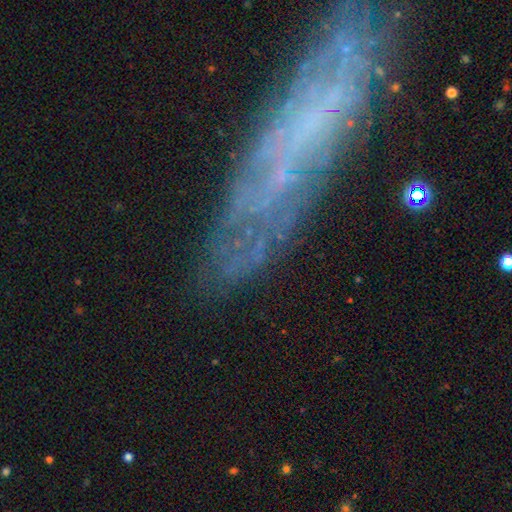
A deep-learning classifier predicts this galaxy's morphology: smooth-or-featured: featured or disk: 56% | smooth: 27% | star or artifact: 17%
  disk-edge-on: no: 54% | yes: 46%
  merging: none: 77% | minor disturbance: 15% | major disturbance: 6% | merger: 3%